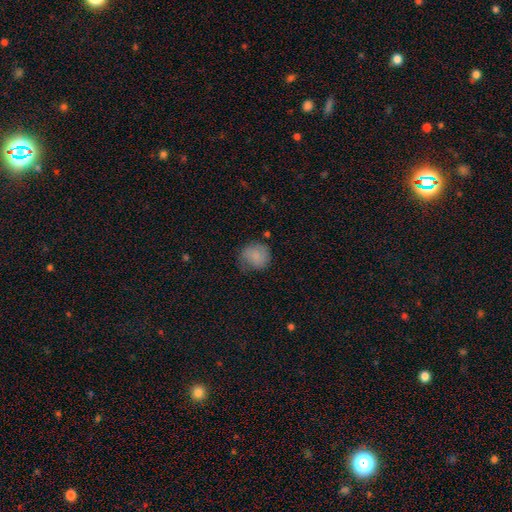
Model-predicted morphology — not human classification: The model was most divided on "merging": none: 57%, minor disturbance: 30%, major disturbance: 10%, merger: 2%. More confident: how rounded — round (82%); smooth or featured — smooth (82%).